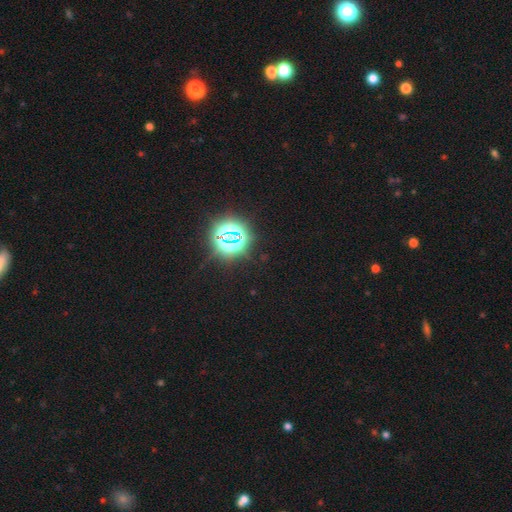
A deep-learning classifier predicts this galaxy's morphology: smooth-or-featured: star or artifact: 78% | smooth: 16% | featured or disk: 5%